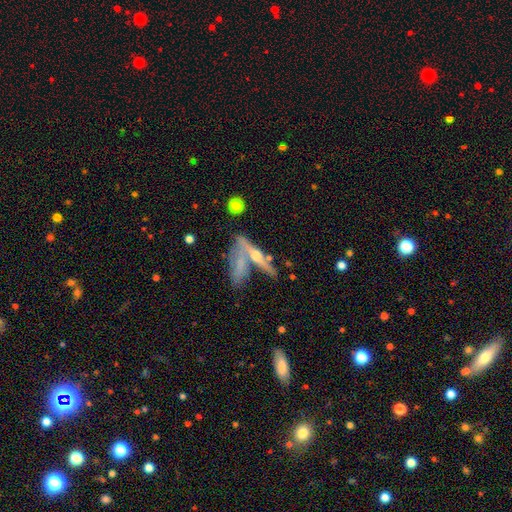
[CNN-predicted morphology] Smooth or featured? featured or disk (63%)
Edge-on disk? yes (84%)
Edge-on bulge? rounded (85%)
Merging? none (42%)